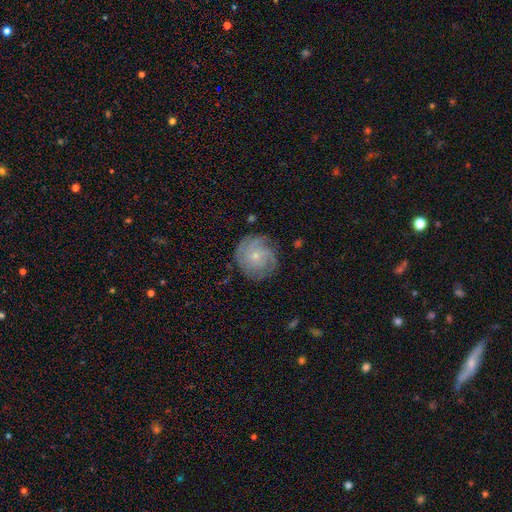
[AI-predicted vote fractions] A featured or disk galaxy (72%) with no bar (81%), tight (64%) spiral arms (93%) and a small central bulge (77%). Merging: none (77%).